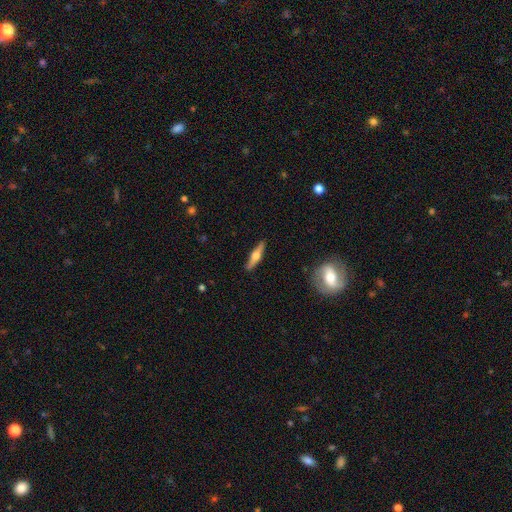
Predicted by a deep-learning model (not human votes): The model was most divided on "smooth or featured": featured or disk: 62%, smooth: 32%, star or artifact: 5%. More confident: edge-on disk — yes (96%); edge-on bulge — rounded (93%); merging — none (90%).